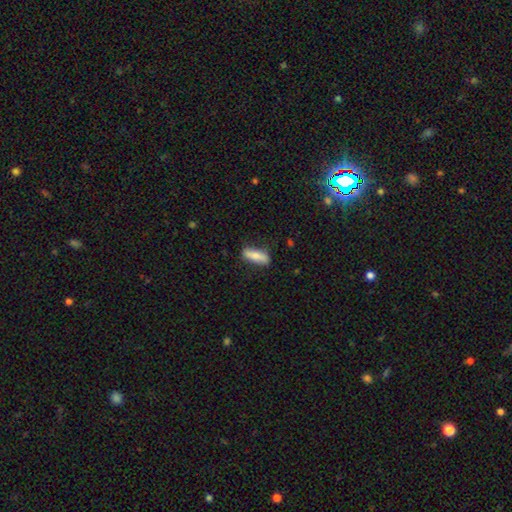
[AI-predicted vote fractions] This is likely a smooth galaxy (71%). How rounded: possibly cigar-shaped (50%). Merging: likely none (79%).